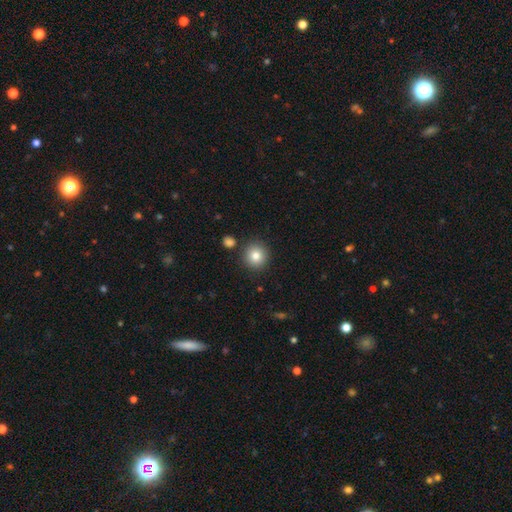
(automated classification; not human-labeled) A smooth galaxy with no disk features (82%) that is round (92%). Merging: none (88%).